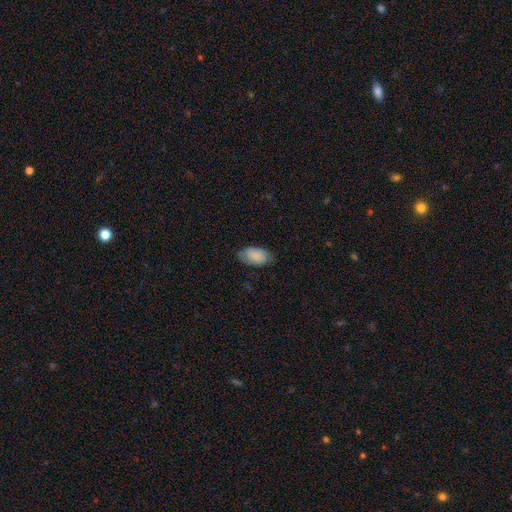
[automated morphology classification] Overall: smooth (77%). How rounded: in between (94%). Merging: none (69%).